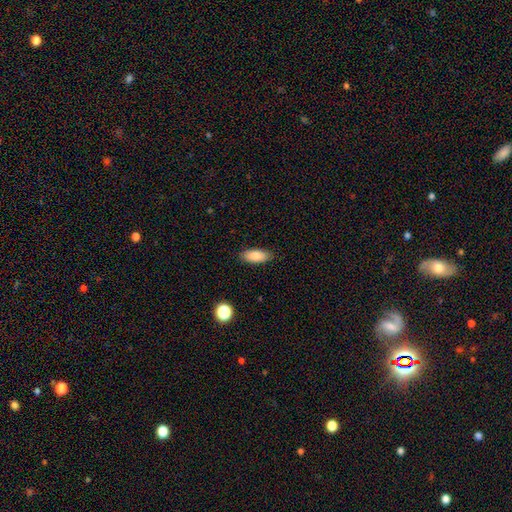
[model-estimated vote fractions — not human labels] Overall: smooth (86%). How rounded: in between (83%). Merging: none (86%).